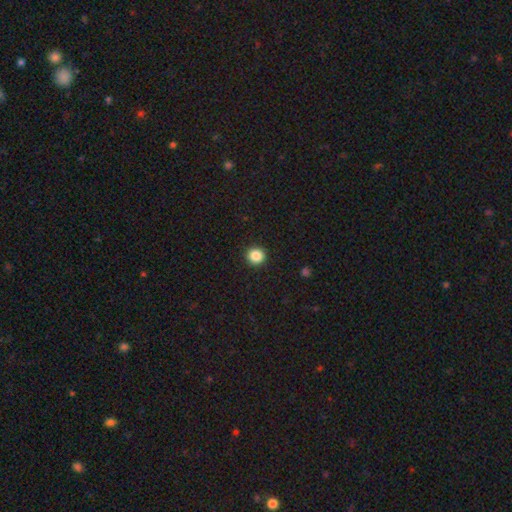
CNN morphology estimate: smooth 86%, star or artifact 10%, featured or disk 4%. Down the decision tree: how rounded — round (94%); merging — none (93%).